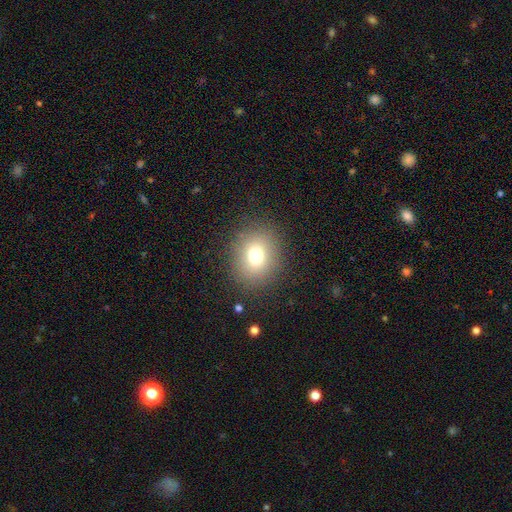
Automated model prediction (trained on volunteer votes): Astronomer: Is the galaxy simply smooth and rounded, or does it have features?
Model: smooth — 73%.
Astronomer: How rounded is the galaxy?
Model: round — 69%.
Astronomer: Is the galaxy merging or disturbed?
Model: none — 86%.